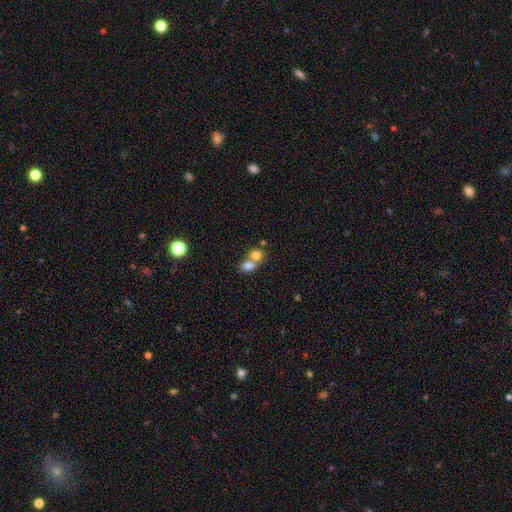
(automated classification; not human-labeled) smooth-or-featured: smooth: 78% | featured or disk: 11% | star or artifact: 11%
  how-rounded: round: 65% | in between: 34% | cigar-shaped: 1%
  merging: merger: 65% | none: 27% | minor disturbance: 5% | major disturbance: 3%